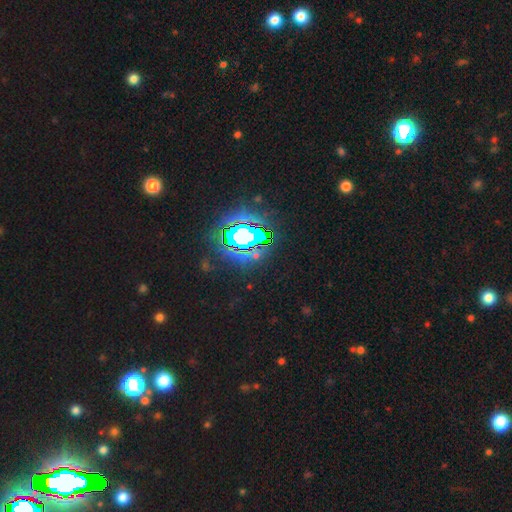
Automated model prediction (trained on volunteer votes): This appears to be a star or artifact, not a galaxy (68%).